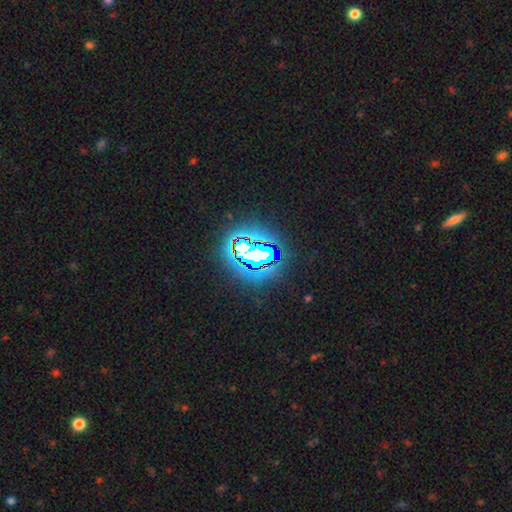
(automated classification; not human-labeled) A star or artifact, not a galaxy (72%).